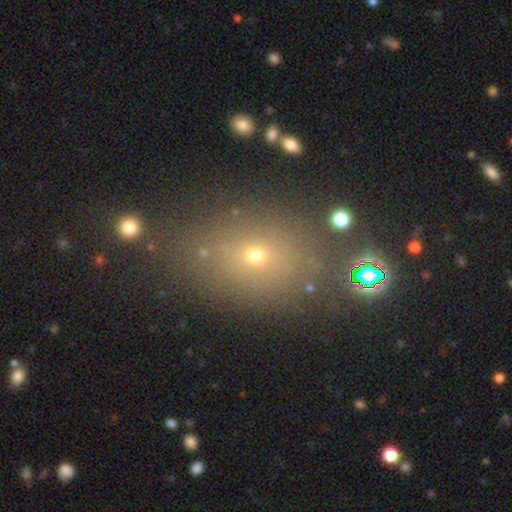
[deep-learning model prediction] Morphology: type=smooth (61%); roundness=in between (61%); merging=none (75%).